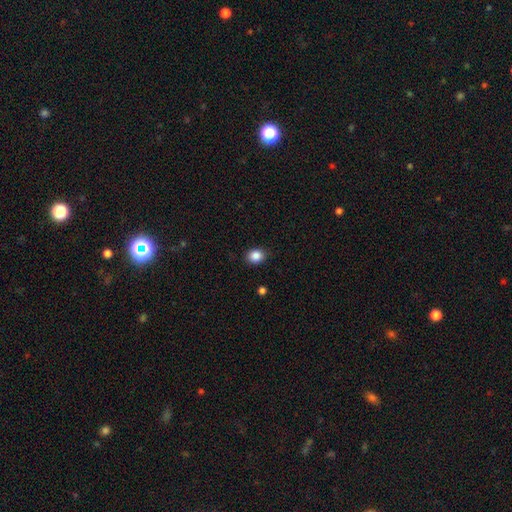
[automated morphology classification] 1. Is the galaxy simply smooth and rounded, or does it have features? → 87% smooth, 10% star or artifact, 4% featured or disk.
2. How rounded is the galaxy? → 57% round, 42% in between, 1% cigar-shaped.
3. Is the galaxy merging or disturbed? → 88% none, 8% minor disturbance, 2% major disturbance, 1% merger.